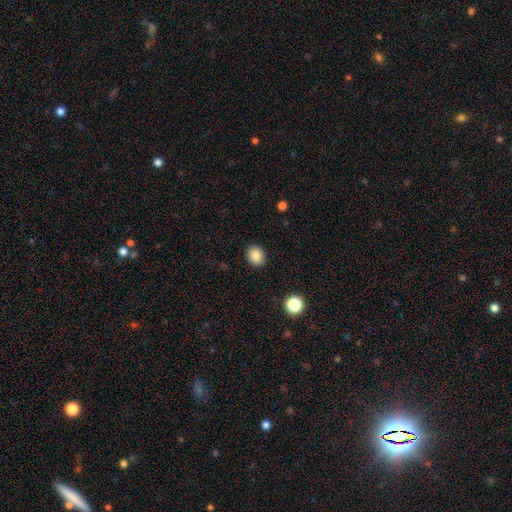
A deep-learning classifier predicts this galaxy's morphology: Smooth or featured? smooth (85%)
How rounded? round (70%)
Merging? none (90%)